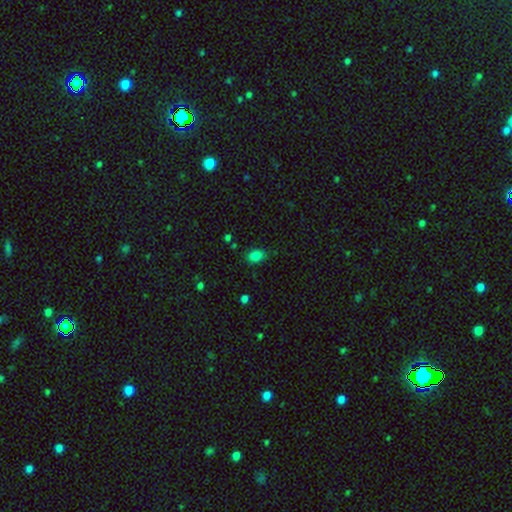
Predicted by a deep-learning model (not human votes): Smooth or featured? smooth (83%)
How rounded? in between (77%)
Merging? none (80%)